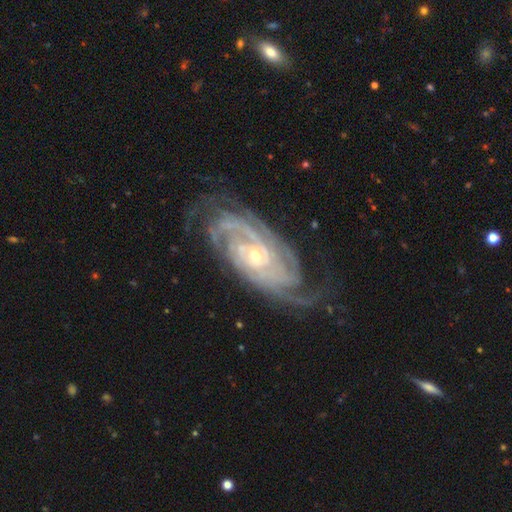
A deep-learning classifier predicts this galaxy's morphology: A featured or disk galaxy (91%) with no bar (71%), 4 (25%) tight (74%) spiral arms (98%) and a small central bulge (66%). Merging: none (74%).